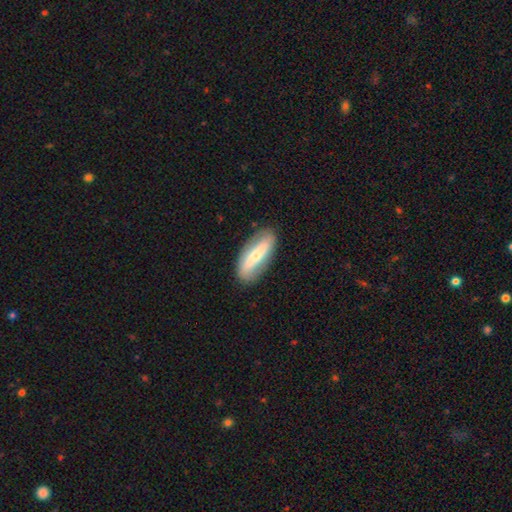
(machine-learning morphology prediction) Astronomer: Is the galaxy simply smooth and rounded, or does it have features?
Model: featured or disk — 49% (runner-up: smooth, 46%).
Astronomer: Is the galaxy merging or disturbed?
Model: none — 84%.